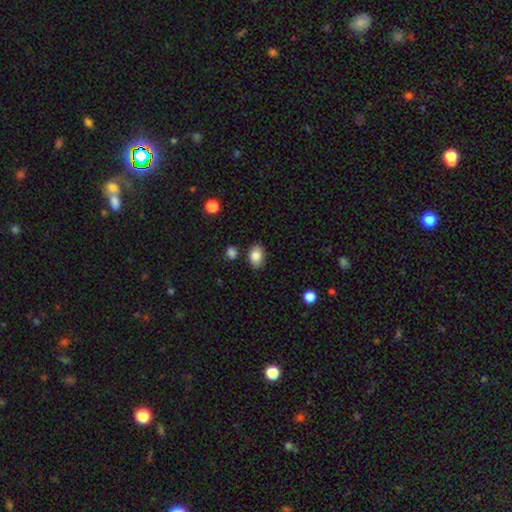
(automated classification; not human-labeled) Smooth or featured: smooth — 85% (star or artifact — 8%)
How rounded: in between — 77% (round — 22%)
Merging: none — 80% (minor disturbance — 13%)